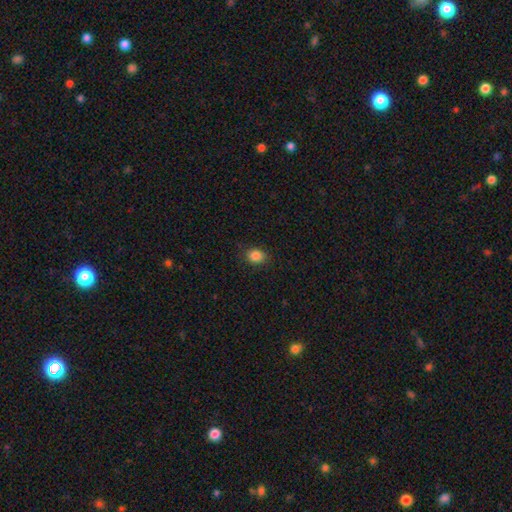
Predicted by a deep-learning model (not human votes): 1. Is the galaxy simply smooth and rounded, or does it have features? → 85% smooth, 11% star or artifact, 4% featured or disk.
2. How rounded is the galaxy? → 53% round, 46% in between, 1% cigar-shaped.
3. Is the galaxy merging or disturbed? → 84% none, 12% minor disturbance, 3% major disturbance, 1% merger.